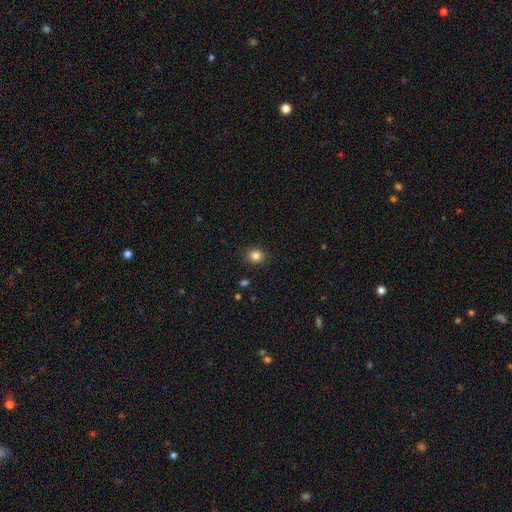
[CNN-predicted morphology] smooth-or-featured: smooth: 84% | star or artifact: 11% | featured or disk: 5%
  how-rounded: round: 74% | in between: 25% | cigar-shaped: 1%
  merging: none: 89% | minor disturbance: 7% | major disturbance: 2% | merger: 1%